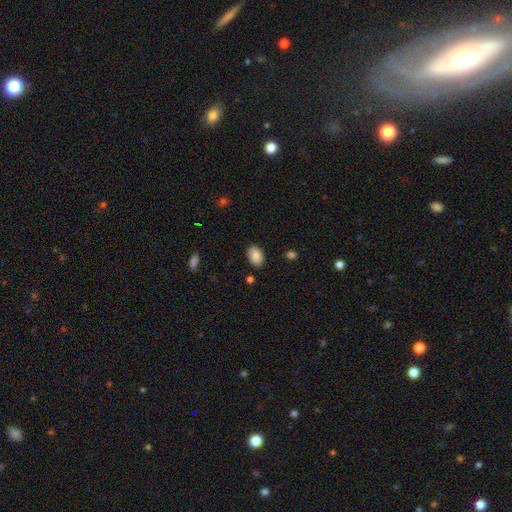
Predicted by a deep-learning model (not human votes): Q: Smooth or featured?
A: smooth (89%); runner-up: star or artifact (7%)
Q: How rounded?
A: in between (87%); runner-up: round (12%)
Q: Merging?
A: none (86%); runner-up: minor disturbance (10%)